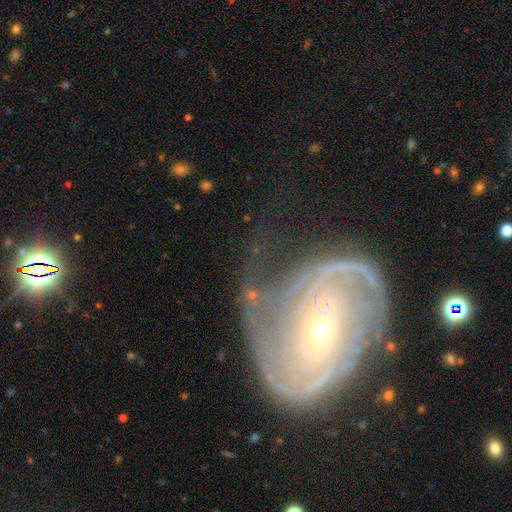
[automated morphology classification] smooth-or-featured: featured or disk: 87% | star or artifact: 7% | smooth: 6%
  disk-edge-on: no: 97% | yes: 3%
    bar: no: 62% | weak: 24% | strong: 13%
    has-spiral-arms: yes: 96% | no: 4%
      spiral-winding: tight: 56% | medium: 33% | loose: 11%
      spiral-arm-count: 2: 49% | can't tell: 18% | 3: 13% | 4: 7% | 1: 6% | more than 4: 6%
    bulge-size: small: 77% | moderate: 20% | large: 2% | dominant: 1% | none: 1%
  merging: none: 56% | minor disturbance: 21% | major disturbance: 19% | merger: 4%